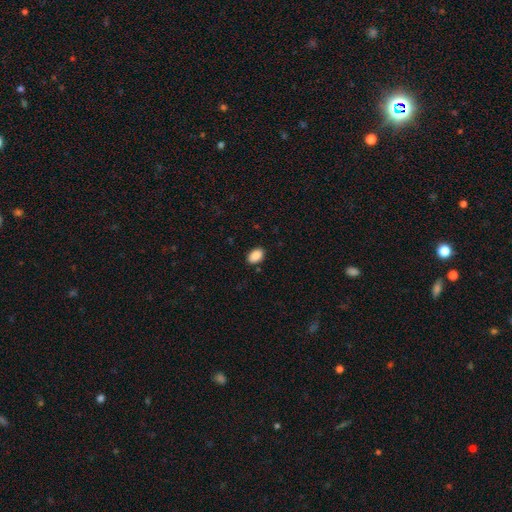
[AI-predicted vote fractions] A smooth galaxy with no disk features (89%) that is in between round and cigar-shaped (85%). Merging: none (87%).